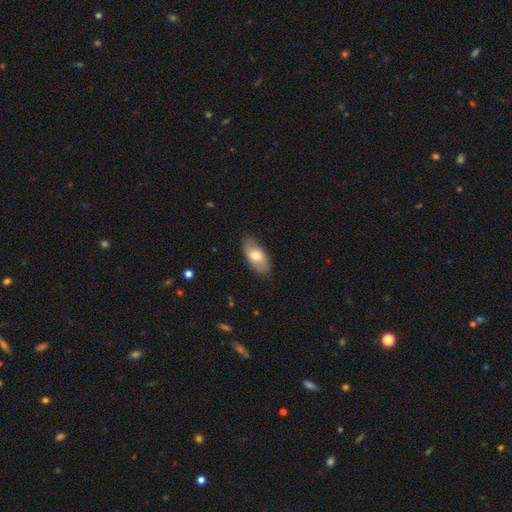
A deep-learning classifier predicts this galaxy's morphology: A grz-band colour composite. It shows a smooth galaxy with no disk features (70%) that is in between round and cigar-shaped (91%). Merging: none (83%).